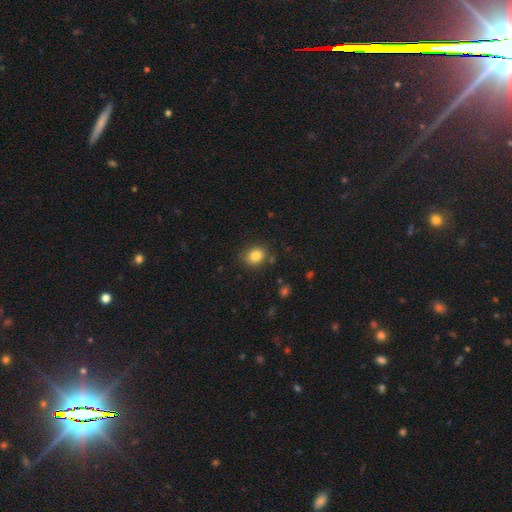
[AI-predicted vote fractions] smooth_or_featured: smooth (p=0.84) [alt: star or artifact p=0.10]
how_rounded: round (p=0.62) [alt: in between p=0.37]
merging: none (p=0.82) [alt: minor disturbance p=0.12]